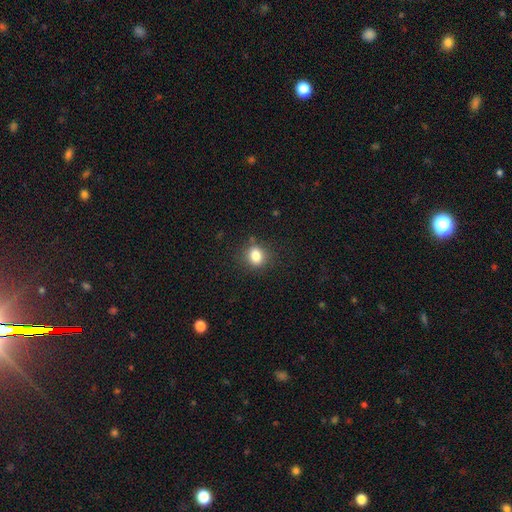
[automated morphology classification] smooth 82%, star or artifact 11%, featured or disk 6%. Down the decision tree: how rounded — round (56%); merging — none (83%).